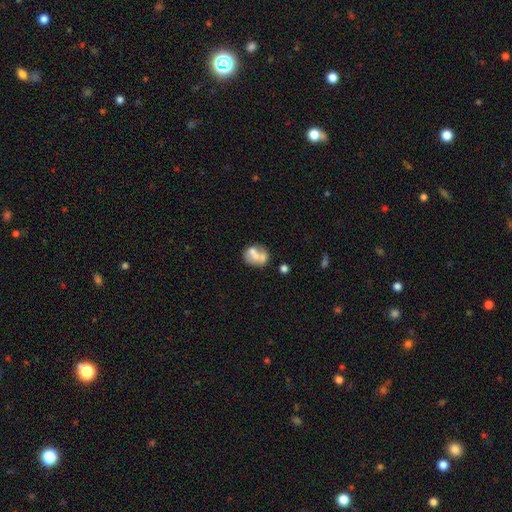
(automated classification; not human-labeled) Smooth or featured?
  - smooth: 50% *
  - featured or disk: 41%
  - star or artifact: 9%
Merging?
  - merger: 44% *
  - none: 33%
  - minor disturbance: 14%
  - major disturbance: 9%